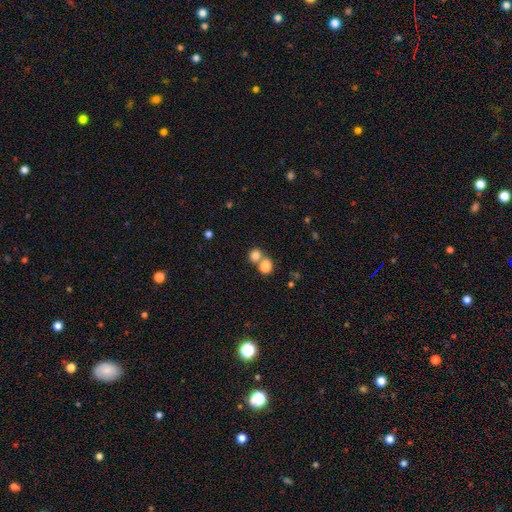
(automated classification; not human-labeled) This appears to be a smooth galaxy with no disk features (79%) that is round (77%). Merging: none (48%).